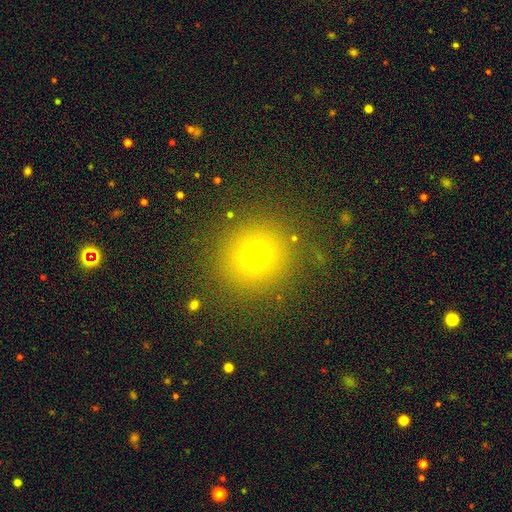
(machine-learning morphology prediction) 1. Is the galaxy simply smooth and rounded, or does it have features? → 70% smooth, 21% star or artifact, 9% featured or disk.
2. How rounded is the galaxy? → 92% round, 7% in between, 1% cigar-shaped.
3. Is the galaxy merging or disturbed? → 86% none, 8% minor disturbance, 4% major disturbance, 2% merger.